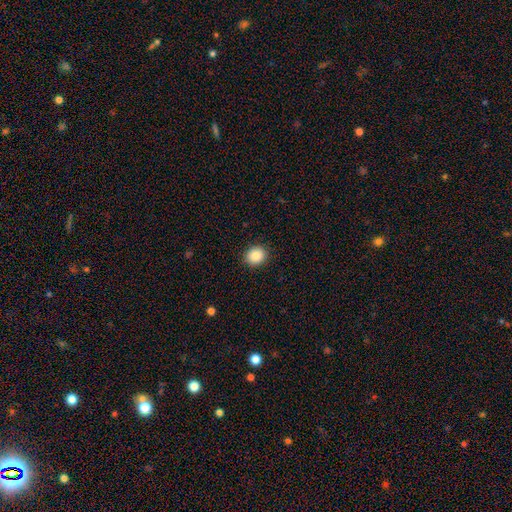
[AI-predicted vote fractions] Smooth or featured?
  - smooth: 87% *
  - star or artifact: 9%
  - featured or disk: 4%
How rounded?
  - round: 78% *
  - in between: 22%
  - cigar-shaped: 1%
Merging?
  - none: 91% *
  - minor disturbance: 6%
  - major disturbance: 2%
  - merger: 1%